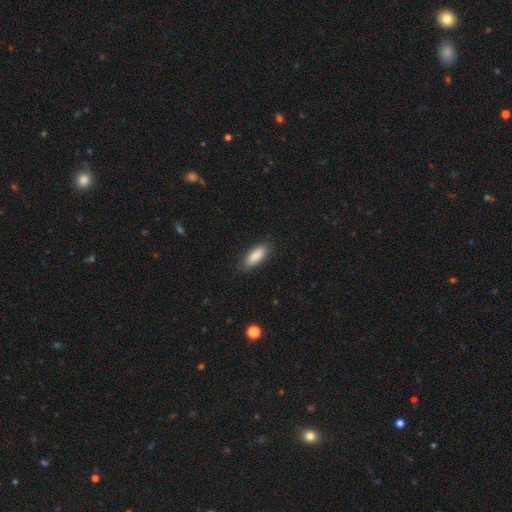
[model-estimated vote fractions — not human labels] This is clearly a smooth galaxy (87%). How rounded: likely in between (73%). Merging: clearly none (85%).